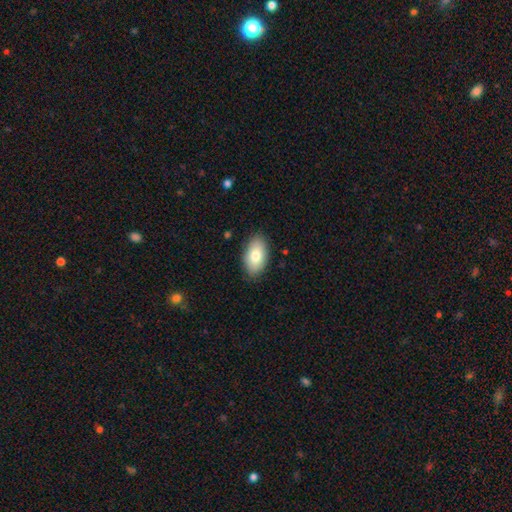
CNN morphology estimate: Smooth or featured? Predicted: smooth (p=0.80). How rounded? Predicted: in between (p=0.94). Merging? Predicted: none (p=0.86).